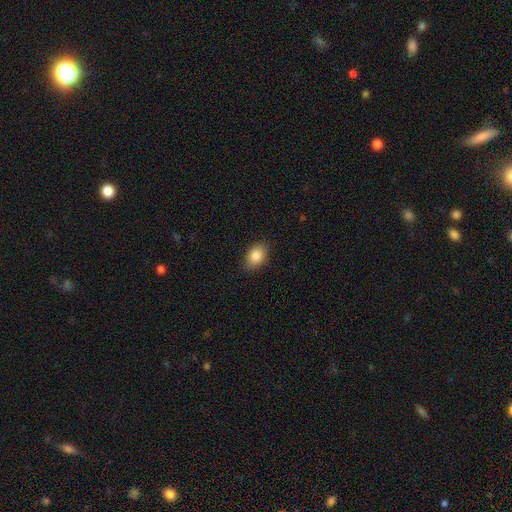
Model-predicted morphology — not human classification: This is clearly a smooth galaxy (86%). How rounded: clearly in between (81%). Merging: clearly none (86%).